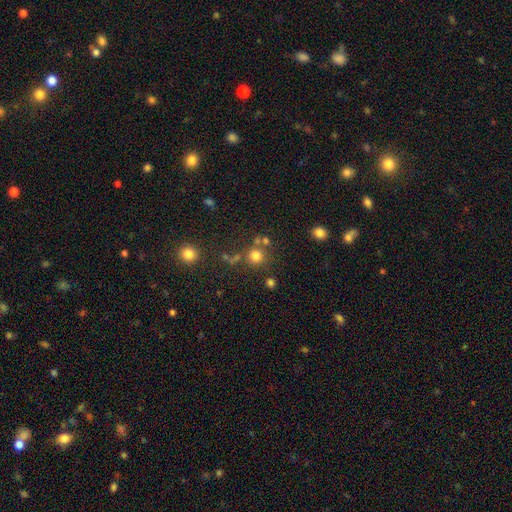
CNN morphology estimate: smooth-or-featured: smooth: 74% | star or artifact: 18% | featured or disk: 8%
  how-rounded: round: 91% | in between: 8% | cigar-shaped: 1%
  merging: none: 70% | merger: 16% | minor disturbance: 9% | major disturbance: 5%